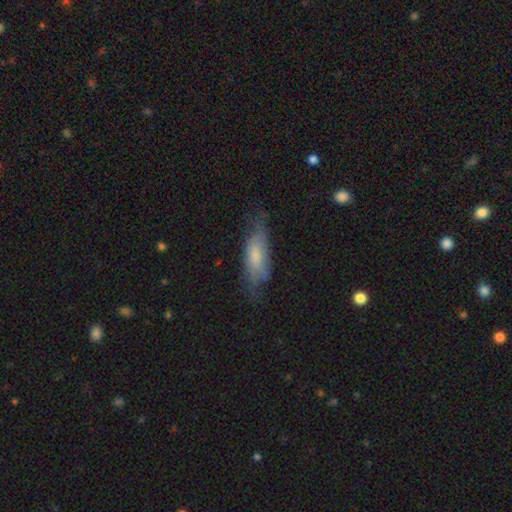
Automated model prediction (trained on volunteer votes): smooth_or_featured: smooth (p=0.62) [alt: featured or disk p=0.31]
how_rounded: in between (p=0.67) [alt: cigar-shaped p=0.31]
merging: none (p=0.54) [alt: minor disturbance p=0.30]